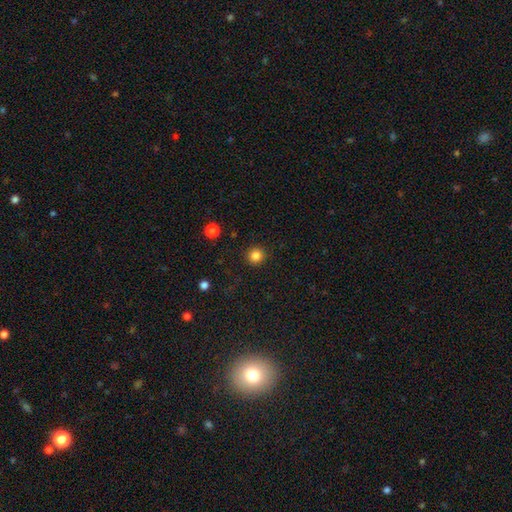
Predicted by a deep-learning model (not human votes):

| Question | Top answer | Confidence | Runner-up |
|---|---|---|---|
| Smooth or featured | smooth | 84% | star or artifact (12%) |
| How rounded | round | 94% | in between (5%) |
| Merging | none | 92% | minor disturbance (5%) |